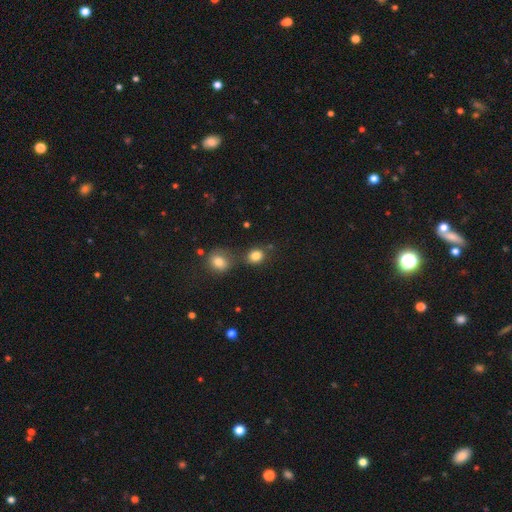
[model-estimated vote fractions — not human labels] The model was most divided on "how rounded": round: 63%, in between: 36%, cigar-shaped: 1%. More confident: smooth or featured — smooth (83%); merging — none (65%).